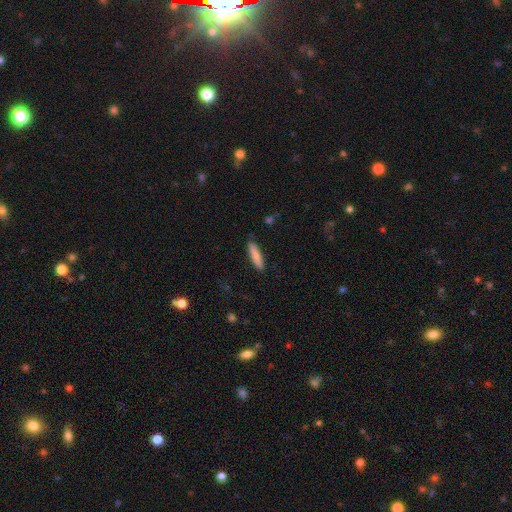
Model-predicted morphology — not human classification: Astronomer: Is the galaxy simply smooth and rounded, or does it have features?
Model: smooth — 84%.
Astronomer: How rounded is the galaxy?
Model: cigar-shaped — 85%.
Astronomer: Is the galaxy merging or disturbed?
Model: none — 89%.